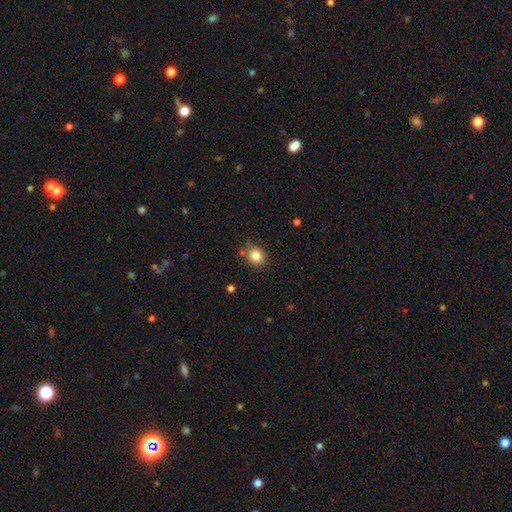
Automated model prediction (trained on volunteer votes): Overall: smooth (84%). How rounded: round (66%; in between 33%). Merging: none (78%).